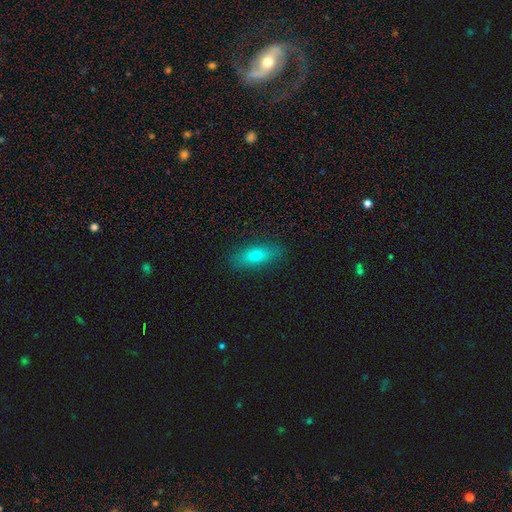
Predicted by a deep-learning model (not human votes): This appears to be a smooth galaxy with no disk features (73%) that is in between round and cigar-shaped (61%). Merging: none (87%).